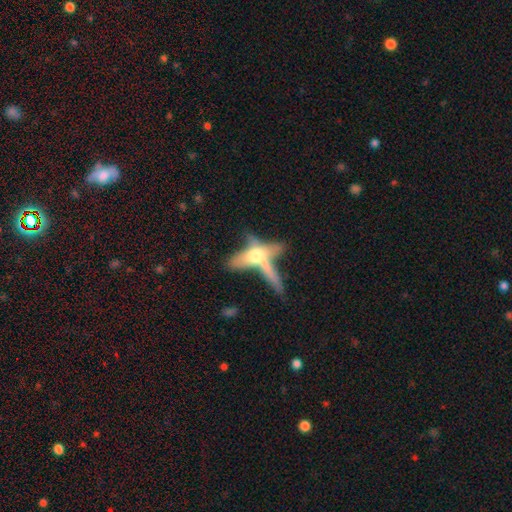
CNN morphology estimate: A featured or disk galaxy (47%).

Vote fractions:
- Smooth or featured? featured or disk: 47% / smooth: 45% / star or artifact: 8%
- Merging? merger: 45% / none: 28% / major disturbance: 15% / minor disturbance: 13%